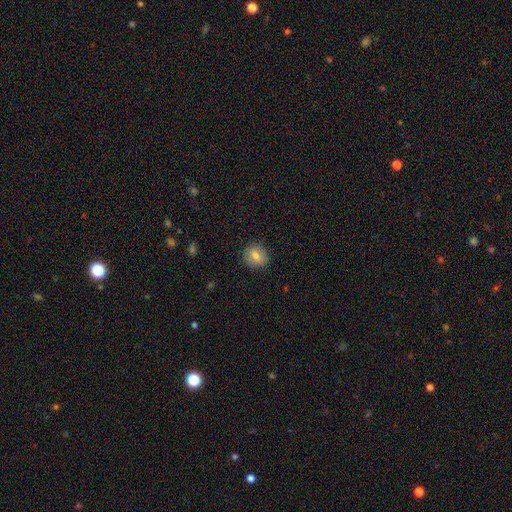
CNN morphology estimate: A smooth galaxy with no disk features (76%) that is round (83%).

Vote fractions:
- Smooth or featured? smooth: 76% / featured or disk: 14% / star or artifact: 10%
- How rounded? round: 83% / in between: 16% / cigar-shaped: 1%
- Merging? none: 89% / minor disturbance: 8% / major disturbance: 2% / merger: 1%